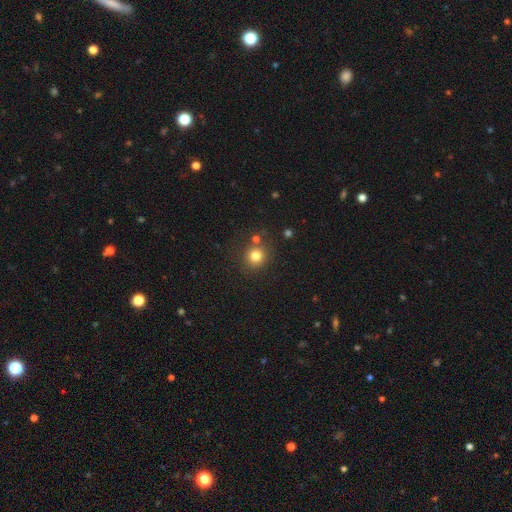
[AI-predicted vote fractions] Smooth or featured? Predicted: smooth (p=0.80). How rounded? Predicted: round (p=0.90). Merging? Predicted: none (p=0.79).